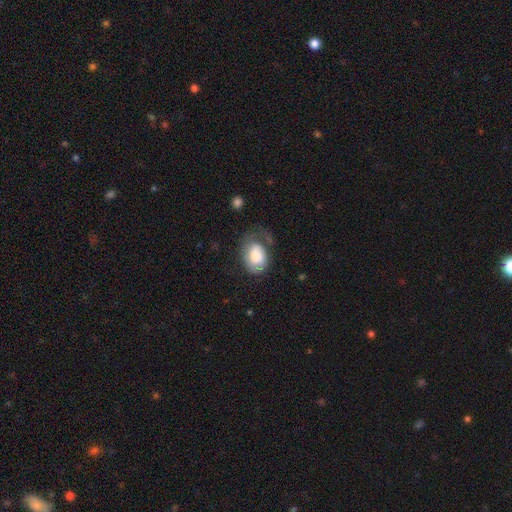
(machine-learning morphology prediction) Smooth or featured? Predicted: smooth (p=0.66). How rounded? Predicted: in between (p=0.79). Merging? Predicted: none (p=0.35).